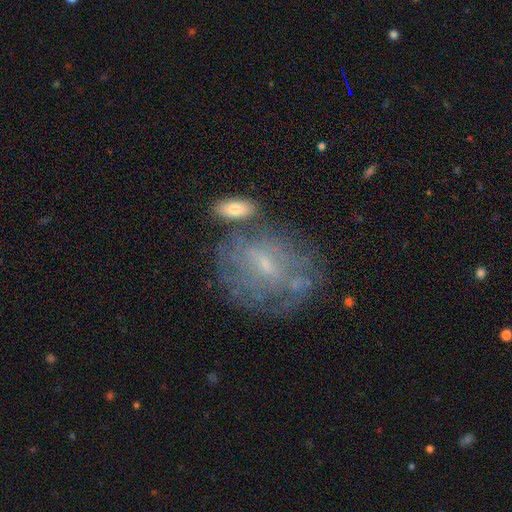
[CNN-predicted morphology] smooth_or_featured: featured or disk (p=0.60) [alt: smooth p=0.24]
disk_edge_on: no (p=0.95) [alt: yes p=0.05]
bar: no (p=0.46) [alt: weak p=0.43]
has_spiral_arms: yes (p=0.58) [alt: no p=0.42]
bulge_size: small (p=0.74) [alt: moderate p=0.17]
merging: none (p=0.53) [alt: merger p=0.21]